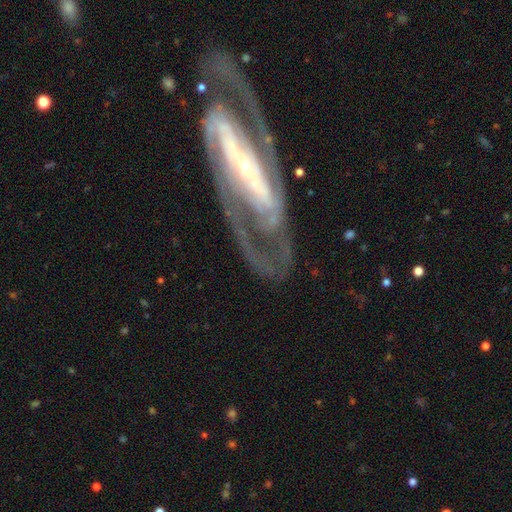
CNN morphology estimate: A featured or disk galaxy (89%) with a strong bar (65%), 2 (87%) medium (47%) spiral arms (95%) and a small central bulge (79%). Merging: none (76%).